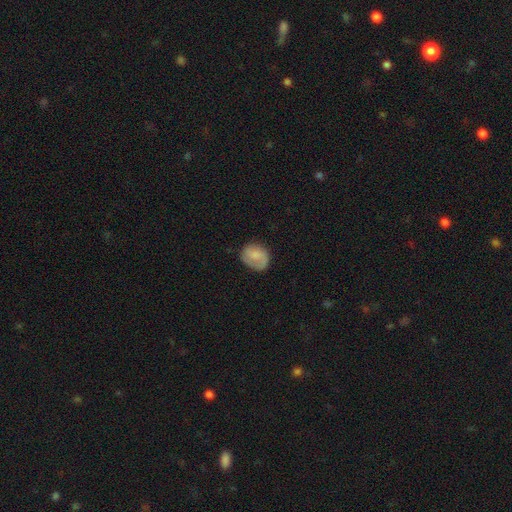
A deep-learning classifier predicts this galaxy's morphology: Smooth or featured?
  - smooth: 66% *
  - featured or disk: 27%
  - star or artifact: 7%
How rounded?
  - round: 61% *
  - in between: 38%
  - cigar-shaped: 1%
Merging?
  - none: 67% *
  - minor disturbance: 23%
  - major disturbance: 9%
  - merger: 1%